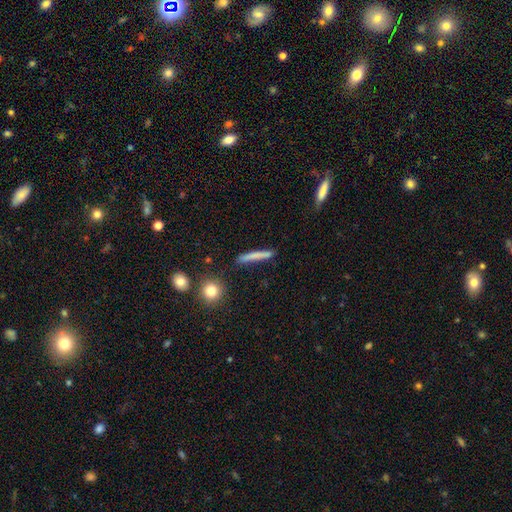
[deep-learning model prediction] Smooth or featured? smooth (71%)
How rounded? cigar-shaped (93%)
Merging? none (85%)